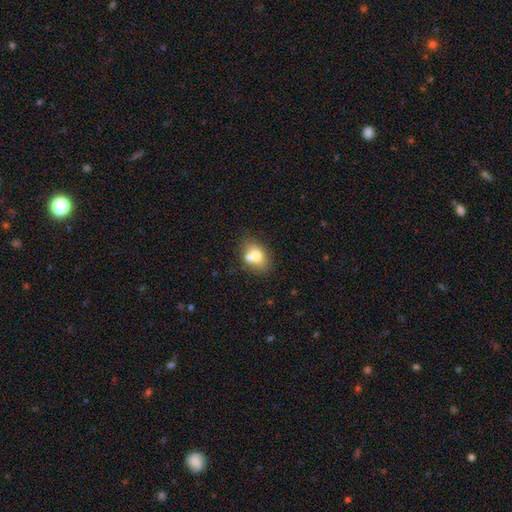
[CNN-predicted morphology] Smooth or featured?
  - smooth: 70% *
  - featured or disk: 20%
  - star or artifact: 10%
How rounded?
  - in between: 73% *
  - round: 26%
  - cigar-shaped: 1%
Merging?
  - none: 54% *
  - merger: 29%
  - minor disturbance: 13%
  - major disturbance: 4%